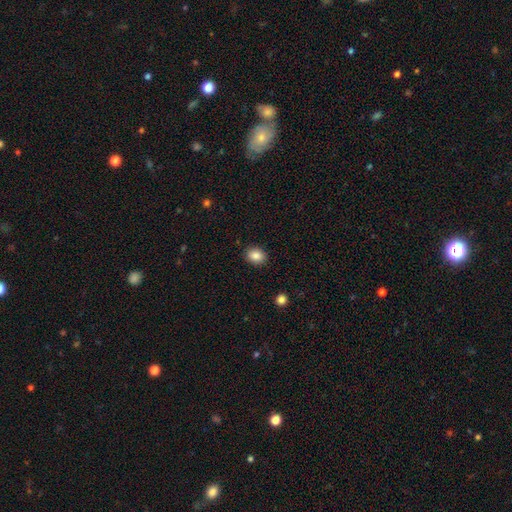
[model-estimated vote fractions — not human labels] Smooth or featured: smooth — 87% (star or artifact — 9%)
How rounded: in between — 57% (round — 43%)
Merging: none — 89% (minor disturbance — 8%)